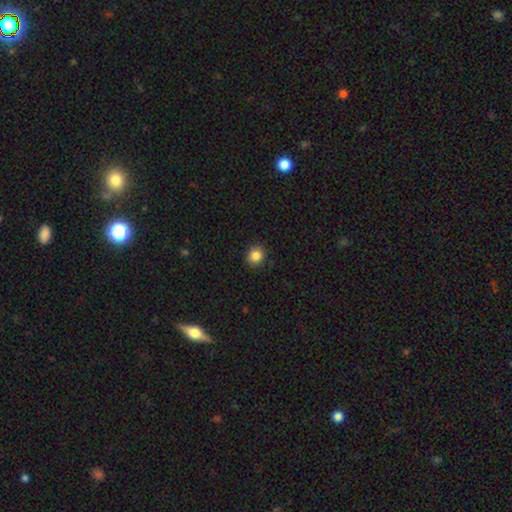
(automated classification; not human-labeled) A smooth galaxy with no disk features (85%) that is round (88%). Merging: none (91%).